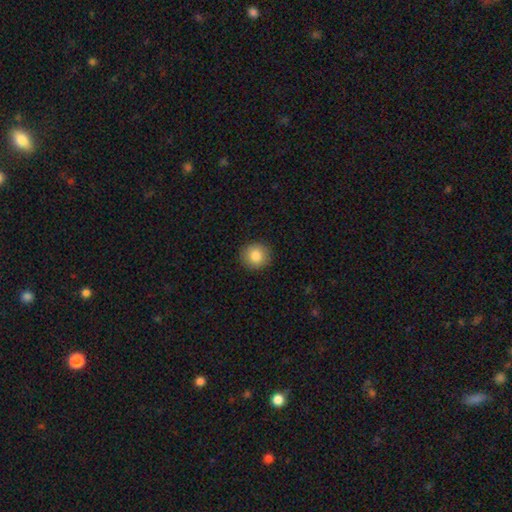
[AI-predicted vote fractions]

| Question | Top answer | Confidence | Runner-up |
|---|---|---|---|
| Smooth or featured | smooth | 84% | star or artifact (9%) |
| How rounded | round | 91% | in between (8%) |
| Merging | none | 91% | minor disturbance (6%) |